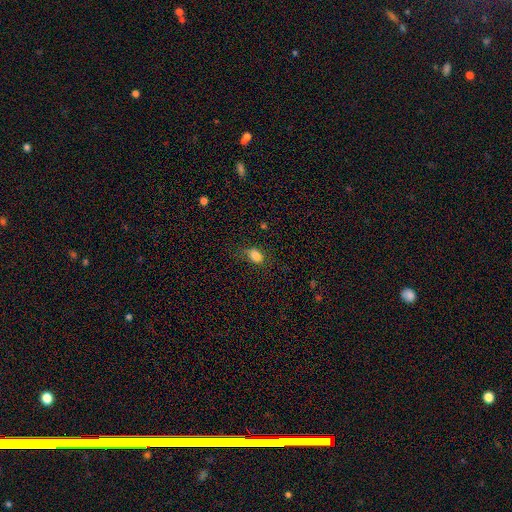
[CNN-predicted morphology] smooth_or_featured: smooth (p=0.83) [alt: star or artifact p=0.11]
how_rounded: in between (p=0.74) [alt: round p=0.24]
merging: none (p=0.64) [alt: minor disturbance p=0.24]